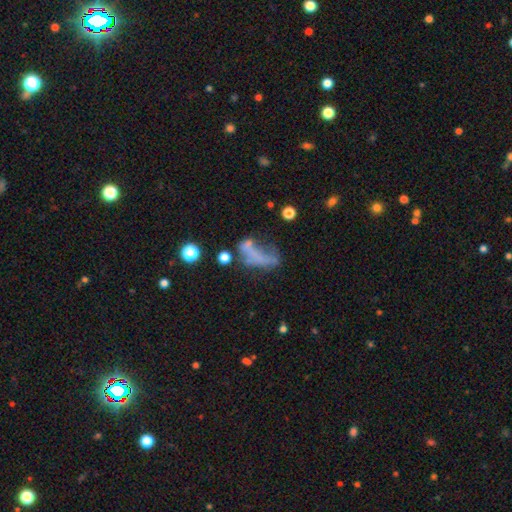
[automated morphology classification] Smooth or featured: smooth — 45% (featured or disk — 37%)
Merging: major disturbance — 39% (none — 25%)